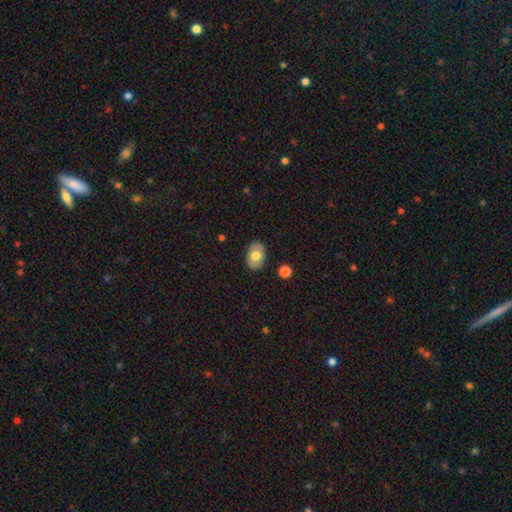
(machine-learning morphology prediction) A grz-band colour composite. It shows a smooth galaxy with no disk features (63%) that is in between round and cigar-shaped (82%). Merging: none (85%).